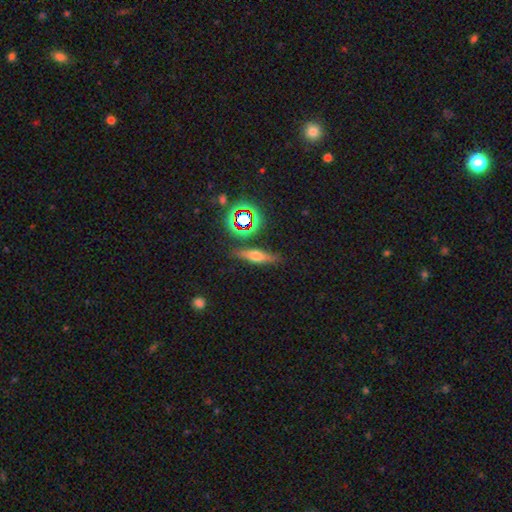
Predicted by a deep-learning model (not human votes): Smooth or featured?
  - smooth: 43% *
  - featured or disk: 40%
  - star or artifact: 17%
Merging?
  - none: 83% *
  - minor disturbance: 11%
  - major disturbance: 3%
  - merger: 3%